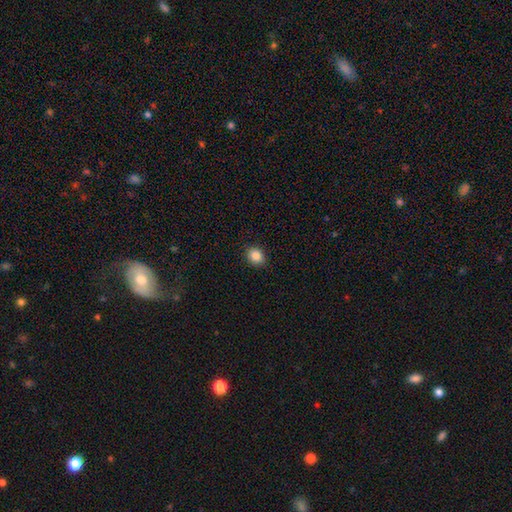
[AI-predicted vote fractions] smooth_or_featured: smooth (p=0.86) [alt: star or artifact p=0.10]
how_rounded: round (p=0.58) [alt: in between p=0.41]
merging: none (p=0.89) [alt: minor disturbance p=0.08]